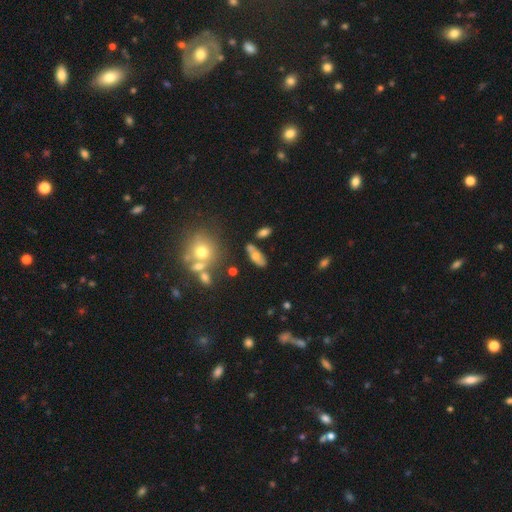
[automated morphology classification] Smooth or featured? smooth (56%)
How rounded? in between (71%)
Merging? none (64%)